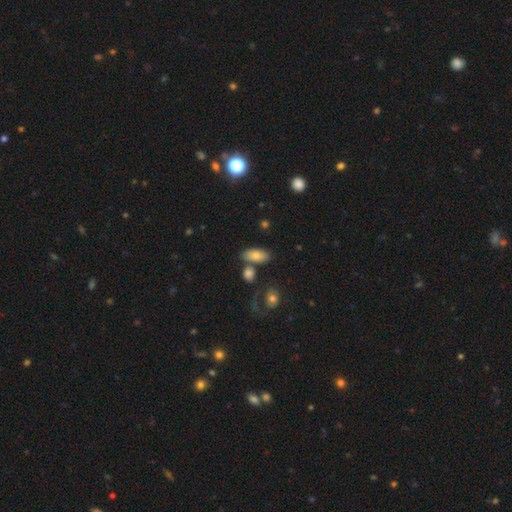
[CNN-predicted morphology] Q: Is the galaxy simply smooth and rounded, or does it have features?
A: smooth — 78%.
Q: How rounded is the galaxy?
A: in between — 88%.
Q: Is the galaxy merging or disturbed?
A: none — 66%.